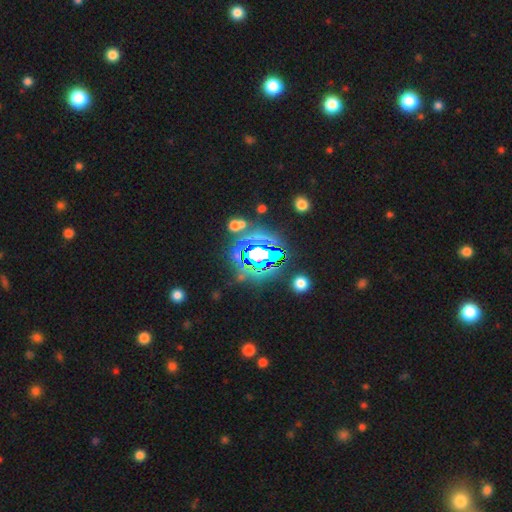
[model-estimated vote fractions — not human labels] The model was most divided on "smooth or featured": star or artifact: 79%, smooth: 12%, featured or disk: 9%.